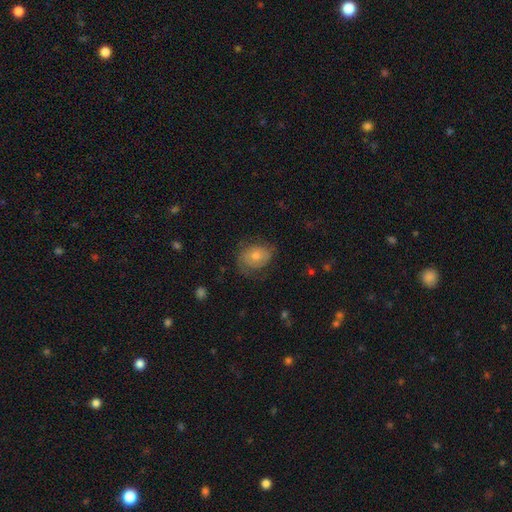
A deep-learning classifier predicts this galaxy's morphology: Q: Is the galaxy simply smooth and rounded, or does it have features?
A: featured or disk — 47%.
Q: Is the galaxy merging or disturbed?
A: none — 63%.